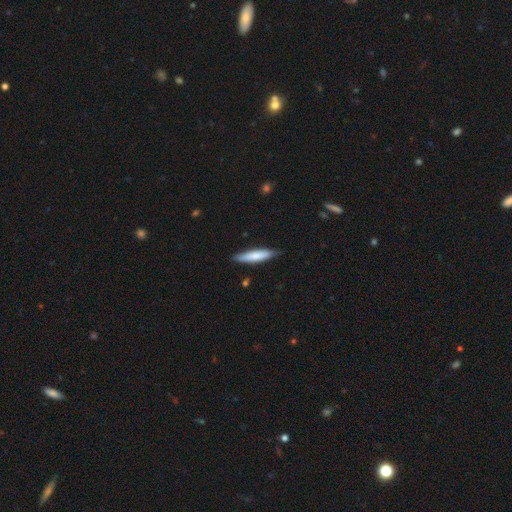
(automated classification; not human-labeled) A smooth galaxy with no disk features (73%) that is cigar-shaped (83%).

Vote fractions:
- Smooth or featured? smooth: 73% / featured or disk: 22% / star or artifact: 5%
- How rounded? cigar-shaped: 83% / in between: 16% / round: 1%
- Merging? none: 83% / minor disturbance: 14% / major disturbance: 2% / merger: 1%